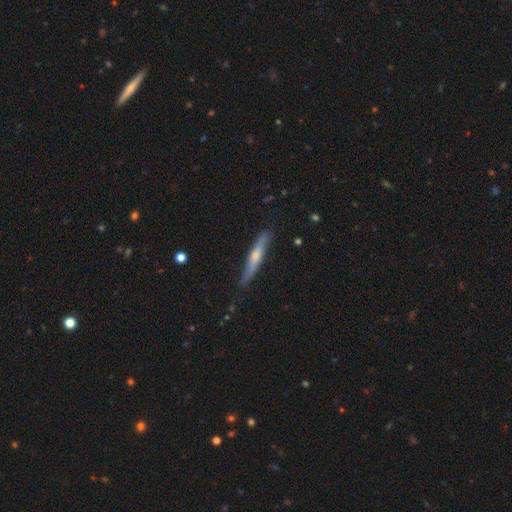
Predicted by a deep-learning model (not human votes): Overall: featured or disk (54%; smooth 40%). Edge-on disk: yes (94%). Edge-on bulge: rounded (72%). Merging: none (83%).